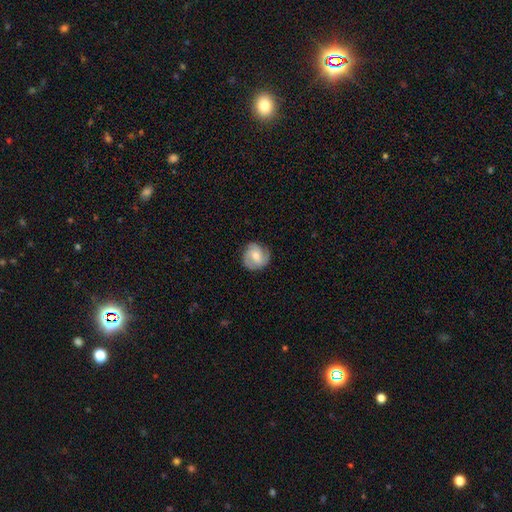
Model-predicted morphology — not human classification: type=featured or disk (63%); edge-on=no (97%); bar=no (50%); spiral arms=yes (92%); winding=medium (43%); arm count=2 (41%); bulge=moderate (58%); merging=none (82%).